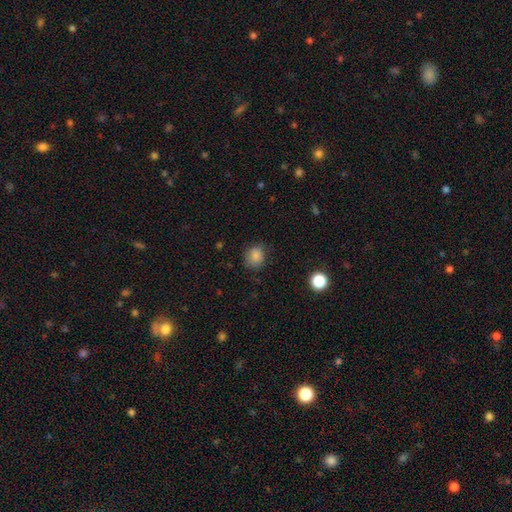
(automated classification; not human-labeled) Smooth or featured: smooth — 84% (star or artifact — 11%)
How rounded: round — 70% (in between — 29%)
Merging: none — 70% (minor disturbance — 22%)